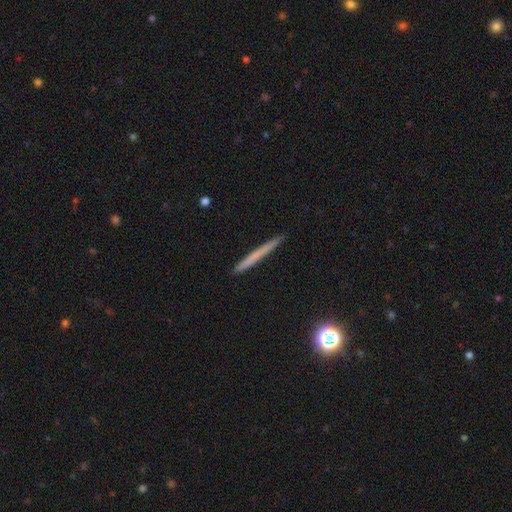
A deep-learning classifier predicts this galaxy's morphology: Q: Smooth or featured?
A: smooth (56%); runner-up: featured or disk (36%)
Q: How rounded?
A: cigar-shaped (97%); runner-up: in between (2%)
Q: Merging?
A: none (92%); runner-up: minor disturbance (6%)